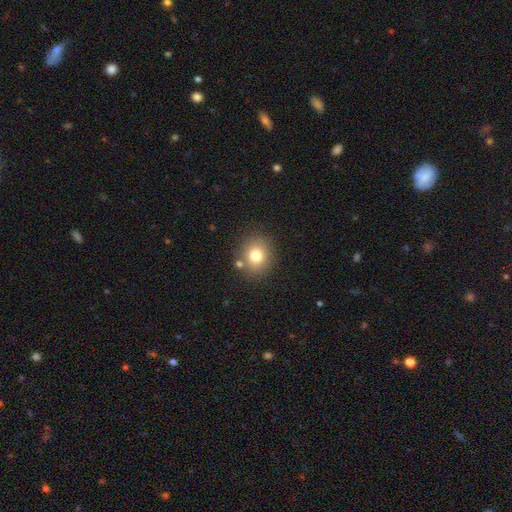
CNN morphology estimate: smooth-or-featured: smooth: 77% | star or artifact: 13% | featured or disk: 11%
  how-rounded: round: 73% | in between: 26% | cigar-shaped: 1%
  merging: none: 80% | minor disturbance: 10% | merger: 7% | major disturbance: 3%